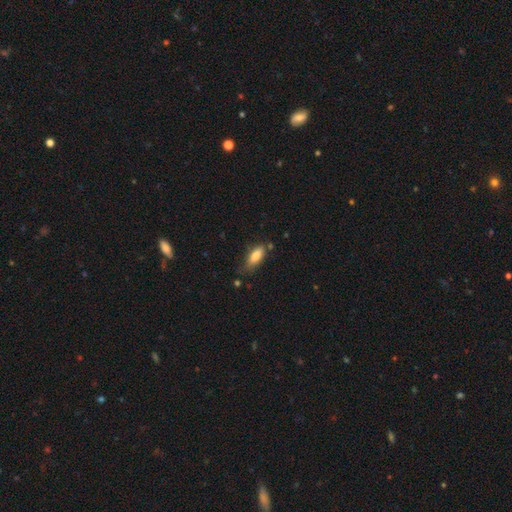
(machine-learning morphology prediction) This is clearly a smooth galaxy (80%). How rounded: likely in between (76%). Merging: likely none (64%).